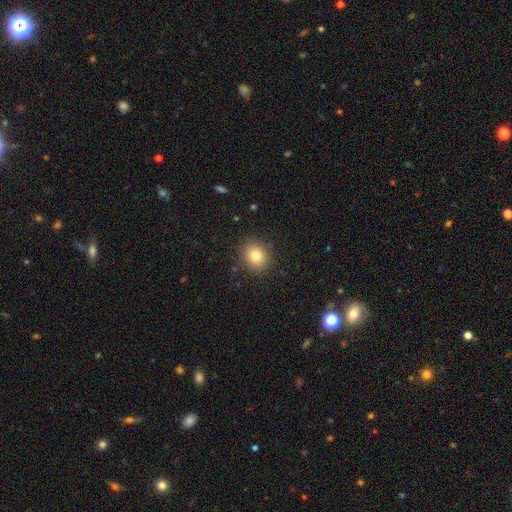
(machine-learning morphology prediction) type=smooth (81%); roundness=round (72%); merging=none (89%).